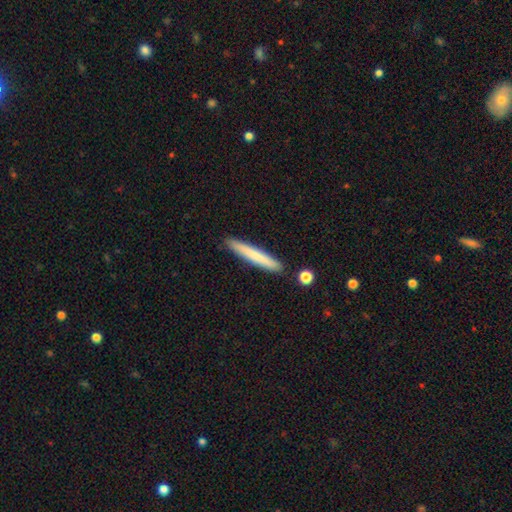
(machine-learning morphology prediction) smooth 73%, featured or disk 21%, star or artifact 6%. Down the decision tree: how rounded — cigar-shaped (96%); merging — none (89%).